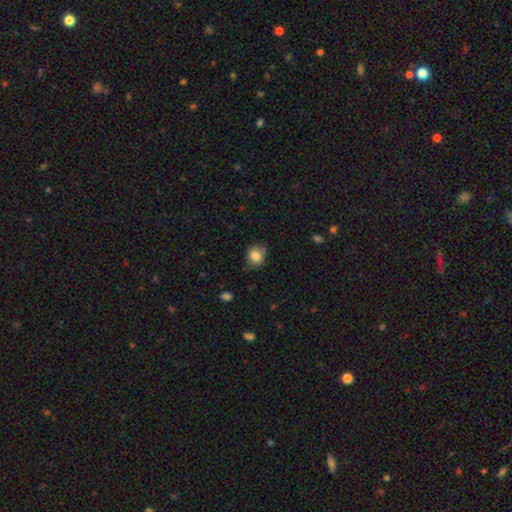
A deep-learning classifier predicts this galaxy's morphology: Overall: smooth (83%). How rounded: round (82%). Merging: none (77%).